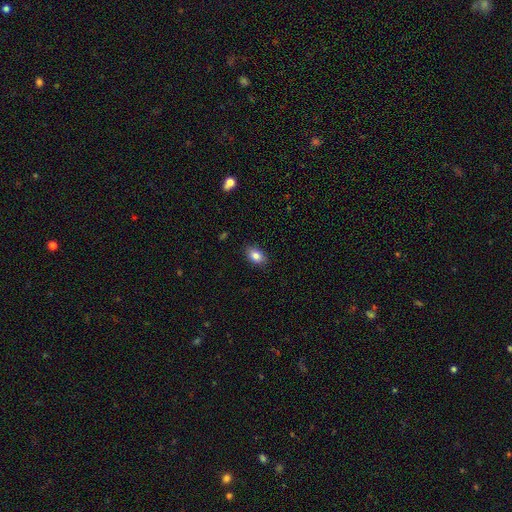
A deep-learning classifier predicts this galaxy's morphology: type=smooth (84%); roundness=in between (85%); merging=none (88%).